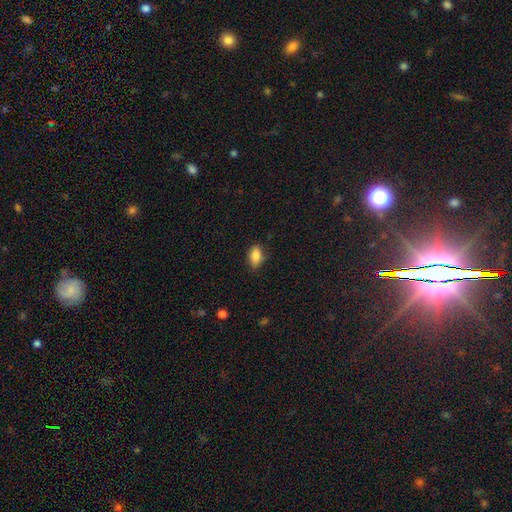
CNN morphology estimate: type=smooth (86%); roundness=in between (88%); merging=none (76%).